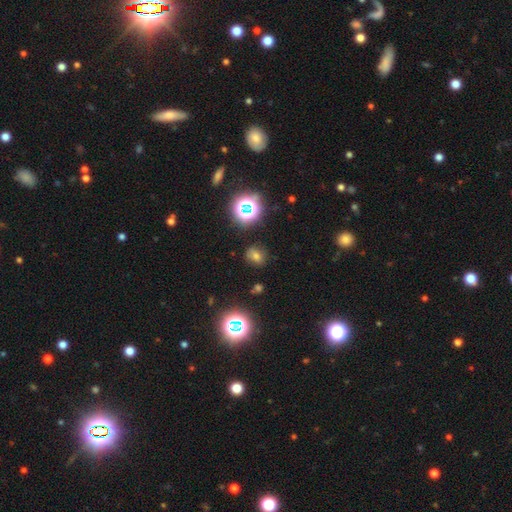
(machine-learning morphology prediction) Overall: smooth (58%; star or artifact 32%). How rounded: round (55%; in between 43%). Merging: none (80%).